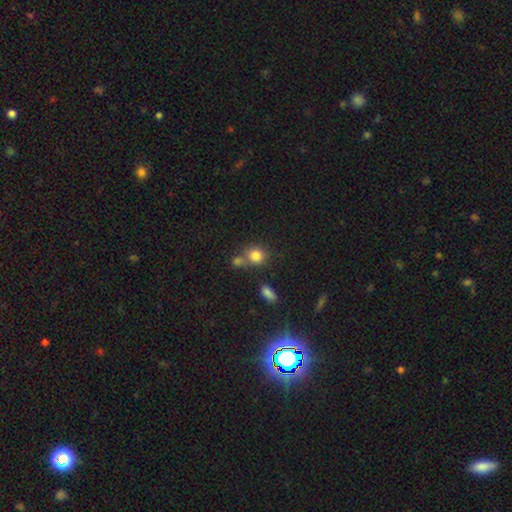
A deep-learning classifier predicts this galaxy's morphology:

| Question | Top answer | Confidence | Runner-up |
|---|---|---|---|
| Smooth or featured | smooth | 81% | star or artifact (12%) |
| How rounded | round | 80% | in between (19%) |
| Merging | none | 54% | merger (31%) |